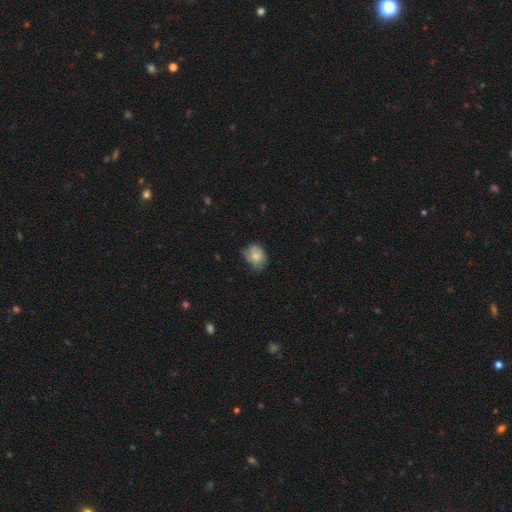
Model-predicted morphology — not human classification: type=smooth (78%); roundness=in between (50%); merging=none (56%).